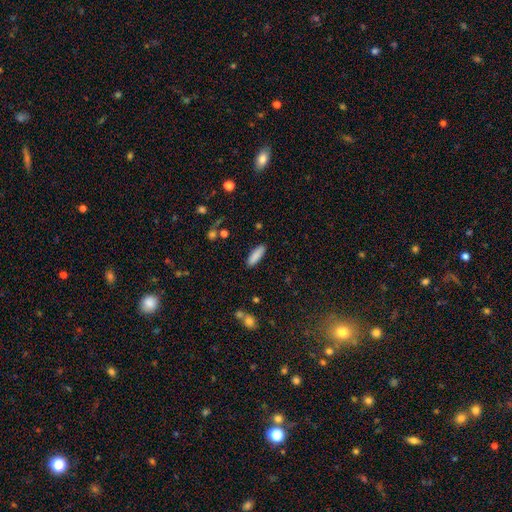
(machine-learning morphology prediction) Smooth or featured?
  - smooth: 88% *
  - star or artifact: 7%
  - featured or disk: 6%
How rounded?
  - cigar-shaped: 51% *
  - in between: 47%
  - round: 2%
Merging?
  - none: 88% *
  - minor disturbance: 8%
  - major disturbance: 2%
  - merger: 2%